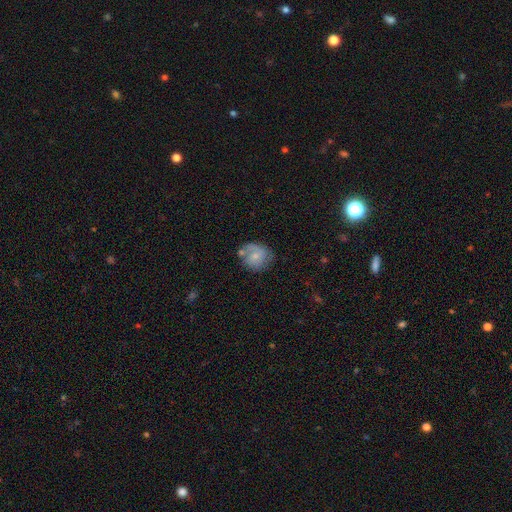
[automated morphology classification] A smooth galaxy with no disk features (56%) that is round (71%). Merging: none (53%).